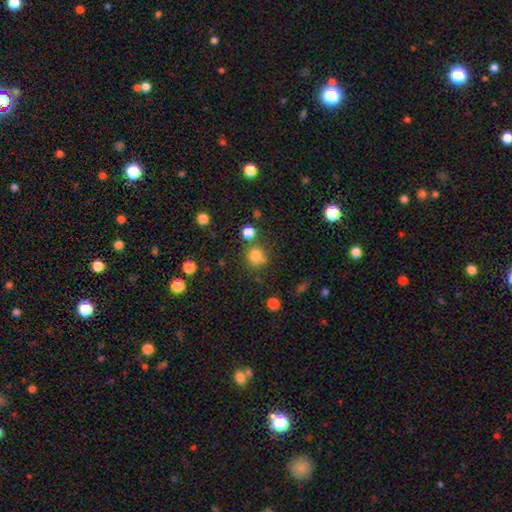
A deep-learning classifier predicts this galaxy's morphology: Smooth or featured?
  - smooth: 80% *
  - star or artifact: 14%
  - featured or disk: 6%
How rounded?
  - round: 86% *
  - in between: 13%
  - cigar-shaped: 1%
Merging?
  - none: 69% *
  - minor disturbance: 13%
  - merger: 13%
  - major disturbance: 5%